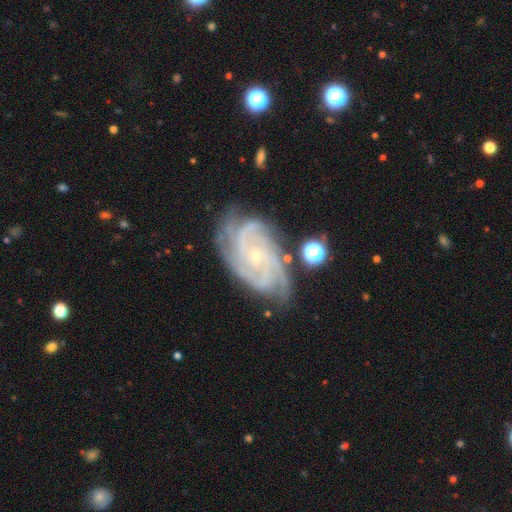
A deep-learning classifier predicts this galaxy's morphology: A featured or disk galaxy (90%) with no bar (71%), 4 (38%) tight (65%) spiral arms (98%) and a small central bulge (83%).

Vote fractions:
- Smooth or featured? featured or disk: 90% / star or artifact: 6% / smooth: 4%
- Edge-on disk? no: 97% / yes: 3%
- Bar? no: 71% / weak: 22% / strong: 7%
- Spiral arms? yes: 98% / no: 2%
- Spiral winding? tight: 65% / medium: 30% / loose: 4%
- Spiral arm count? 4: 38% / 3: 26% / can't tell: 12% / more than 4: 10% / 2: 9% / 1: 6%
- Bulge size? small: 83% / moderate: 13% / none: 2% / large: 1% / dominant: 1%
- Merging? none: 73% / minor disturbance: 19% / major disturbance: 6% / merger: 3%